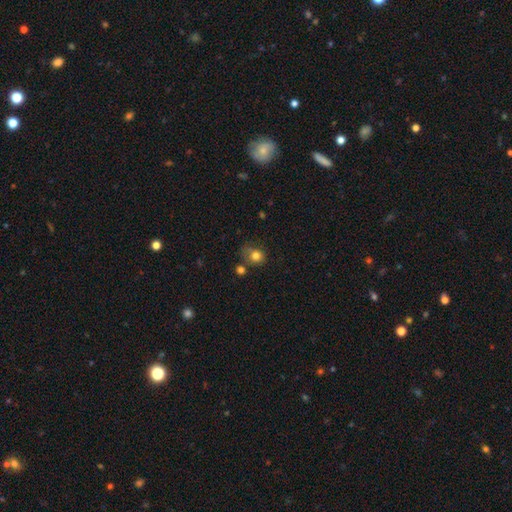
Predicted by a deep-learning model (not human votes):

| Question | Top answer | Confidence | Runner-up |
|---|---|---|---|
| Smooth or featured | smooth | 79% | star or artifact (11%) |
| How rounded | round | 67% | in between (32%) |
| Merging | none | 51% | minor disturbance (26%) |